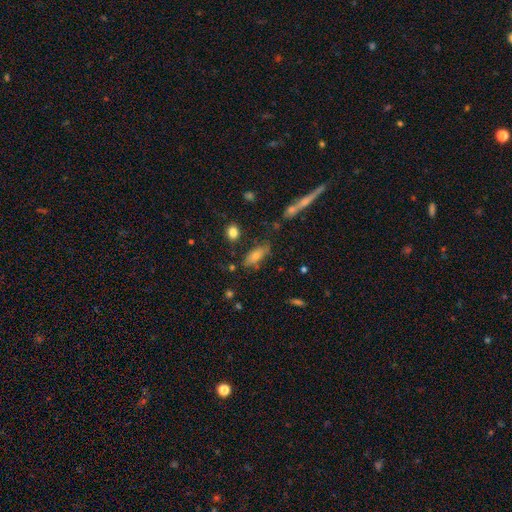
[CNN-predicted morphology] Smooth or featured? Predicted: smooth (p=0.72). How rounded? Predicted: in between (p=0.72). Merging? Predicted: none (p=0.67).